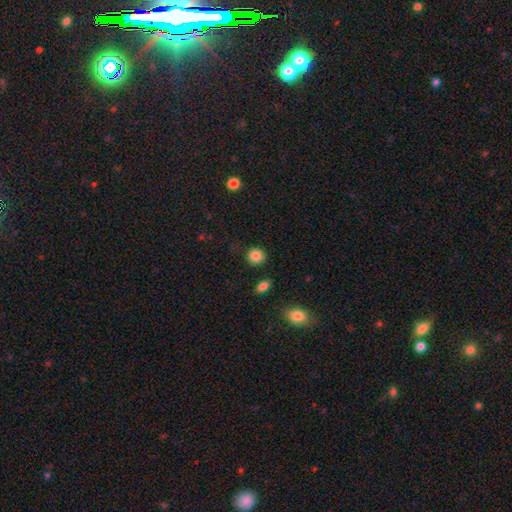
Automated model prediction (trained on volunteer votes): Smooth or featured? Predicted: smooth (p=0.86). How rounded? Predicted: round (p=0.88). Merging? Predicted: none (p=0.88).